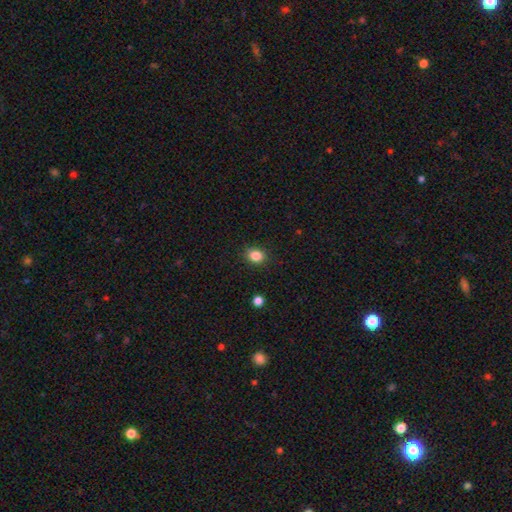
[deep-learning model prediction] This appears to be a smooth galaxy with no disk features (85%) that is round (57%). Merging: none (88%).